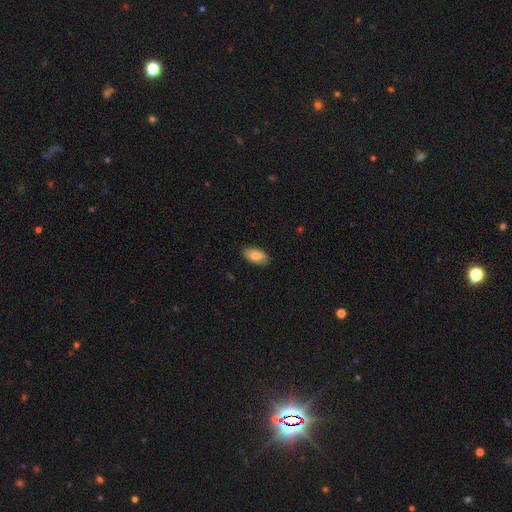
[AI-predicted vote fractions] Smooth or featured: smooth — 83% (featured or disk — 11%)
How rounded: in between — 94% (round — 3%)
Merging: none — 87% (minor disturbance — 10%)